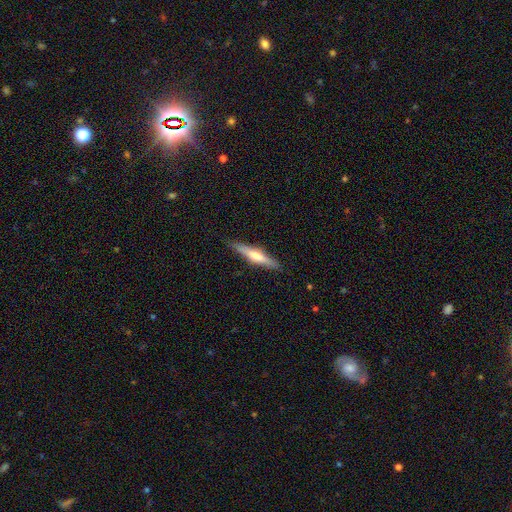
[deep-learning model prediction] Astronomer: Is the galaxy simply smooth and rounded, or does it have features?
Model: featured or disk — 54% (runner-up: smooth, 41%).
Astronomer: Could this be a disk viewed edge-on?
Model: yes — 96%.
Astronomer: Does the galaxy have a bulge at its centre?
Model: rounded — 74%.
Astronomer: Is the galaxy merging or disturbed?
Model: none — 88%.